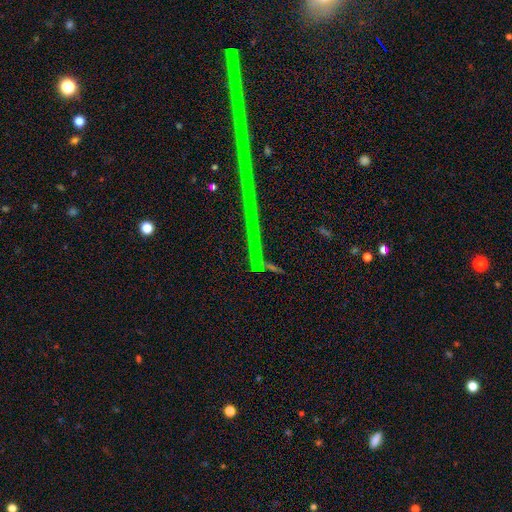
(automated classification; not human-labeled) Overall: star or artifact (76%).